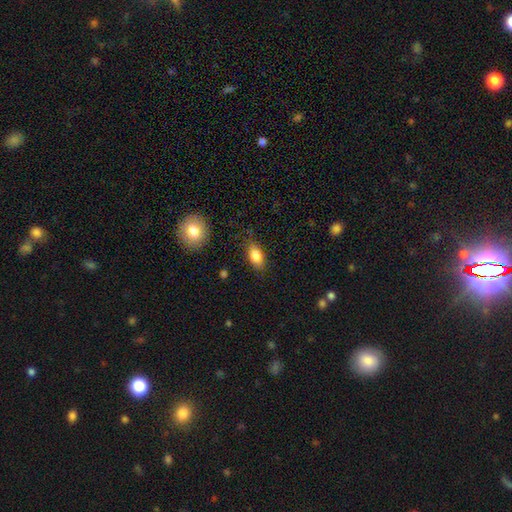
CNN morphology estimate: Q: Smooth or featured?
A: smooth (83%); runner-up: featured or disk (9%)
Q: How rounded?
A: in between (87%); runner-up: round (8%)
Q: Merging?
A: none (80%); runner-up: minor disturbance (15%)